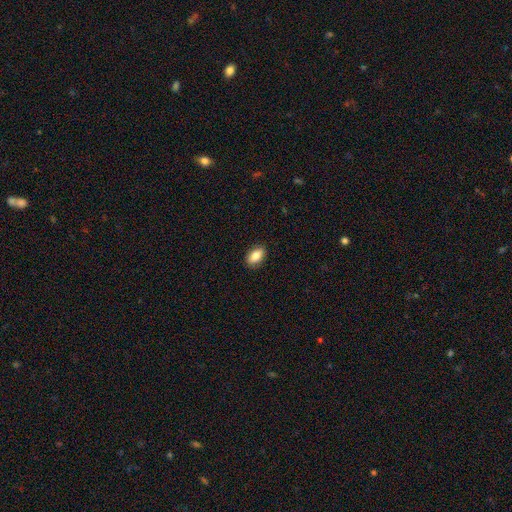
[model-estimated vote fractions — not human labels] smooth_or_featured: smooth (p=0.83) [alt: featured or disk p=0.09]
how_rounded: in between (p=0.90) [alt: round p=0.08]
merging: none (p=0.89) [alt: minor disturbance p=0.09]